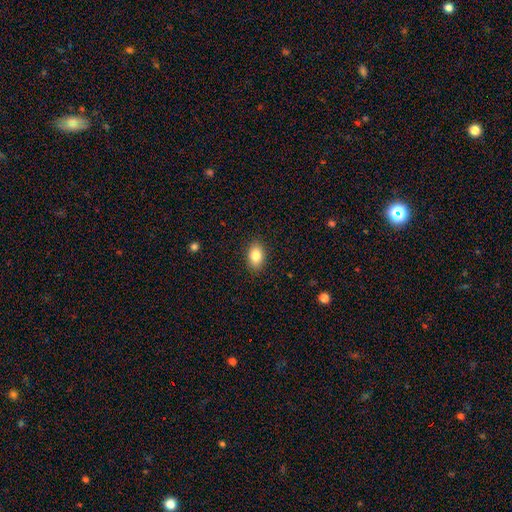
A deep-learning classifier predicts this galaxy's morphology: This is clearly a smooth galaxy (84%). How rounded: clearly in between (87%). Merging: clearly none (88%).